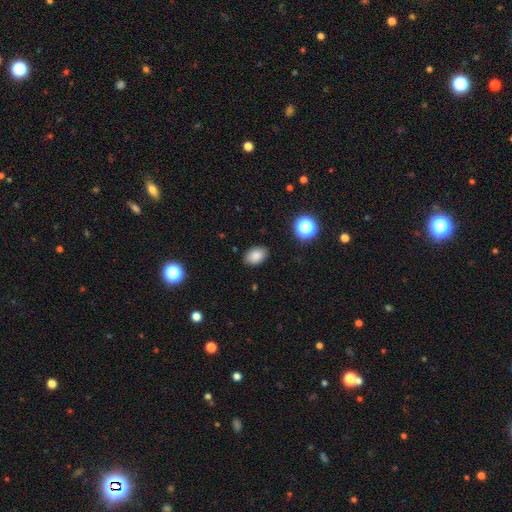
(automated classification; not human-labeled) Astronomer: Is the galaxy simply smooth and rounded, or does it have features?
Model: smooth — 85%.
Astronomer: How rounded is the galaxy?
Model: in between — 85%.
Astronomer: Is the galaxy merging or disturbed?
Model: none — 86%.